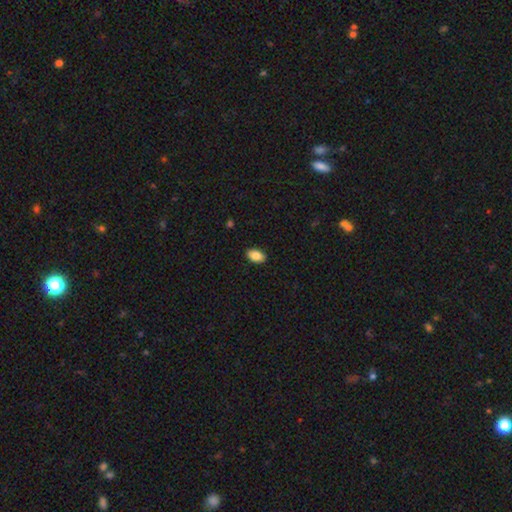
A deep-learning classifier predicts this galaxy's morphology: A smooth galaxy with no disk features (86%) that is in between round and cigar-shaped (92%). Merging: none (89%).